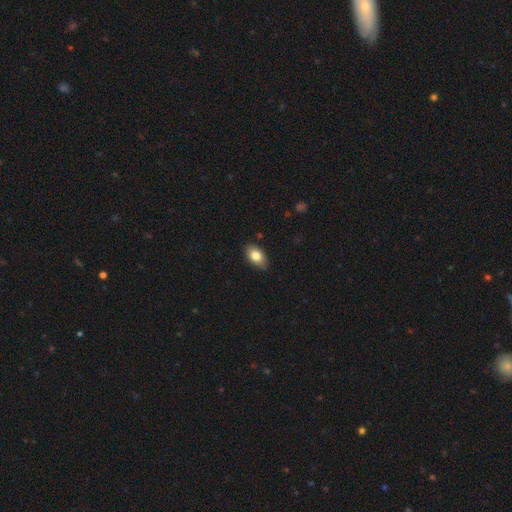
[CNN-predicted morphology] Q: Smooth or featured?
A: smooth (80%); runner-up: featured or disk (12%)
Q: How rounded?
A: in between (89%); runner-up: round (9%)
Q: Merging?
A: none (82%); runner-up: minor disturbance (15%)